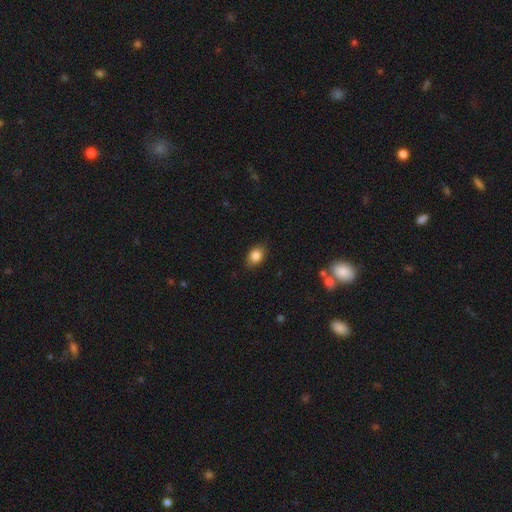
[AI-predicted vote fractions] A smooth galaxy with no disk features (85%) that is in between round and cigar-shaped (75%).

Vote fractions:
- Smooth or featured? smooth: 85% / star or artifact: 9% / featured or disk: 7%
- How rounded? in between: 75% / round: 24% / cigar-shaped: 2%
- Merging? none: 84% / minor disturbance: 12% / major disturbance: 3% / merger: 1%